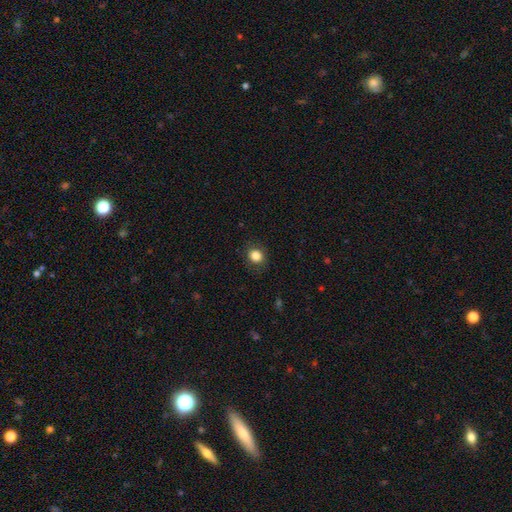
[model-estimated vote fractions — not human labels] smooth 85%, star or artifact 10%, featured or disk 5%. Down the decision tree: how rounded — round (70%); merging — none (86%).